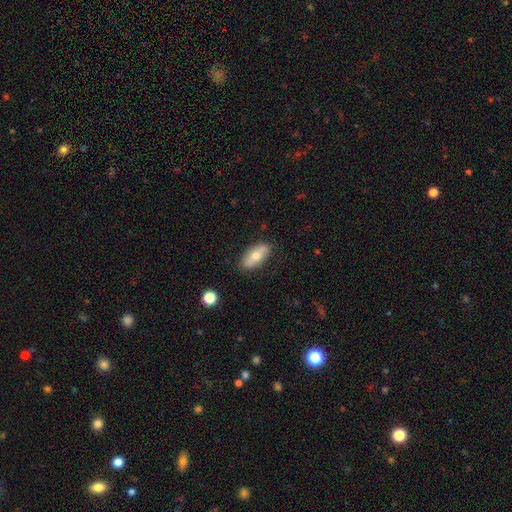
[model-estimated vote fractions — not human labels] smooth-or-featured: smooth: 63% | featured or disk: 30% | star or artifact: 6%
  how-rounded: in between: 84% | cigar-shaped: 13% | round: 3%
  merging: none: 85% | minor disturbance: 11% | major disturbance: 2% | merger: 2%